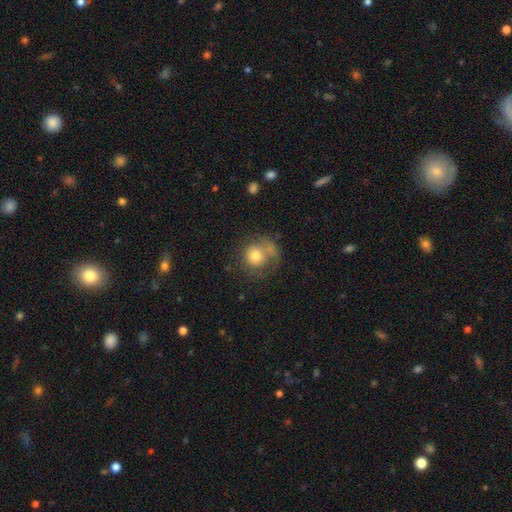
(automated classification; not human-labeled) Morphology: type=smooth (66%); roundness=round (85%); merging=none (42%).